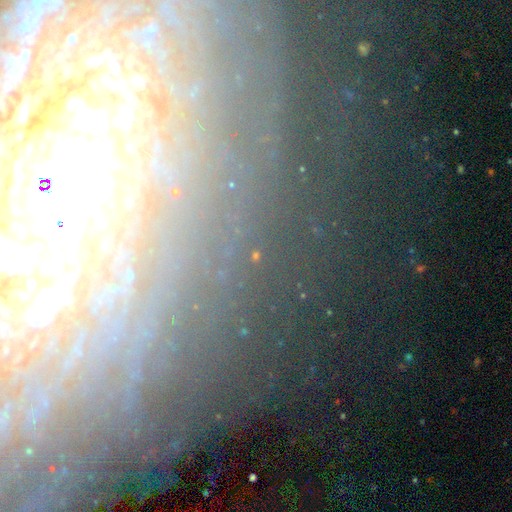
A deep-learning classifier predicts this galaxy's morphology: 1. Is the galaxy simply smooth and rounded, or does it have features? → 50% star or artifact, 31% featured or disk, 18% smooth.